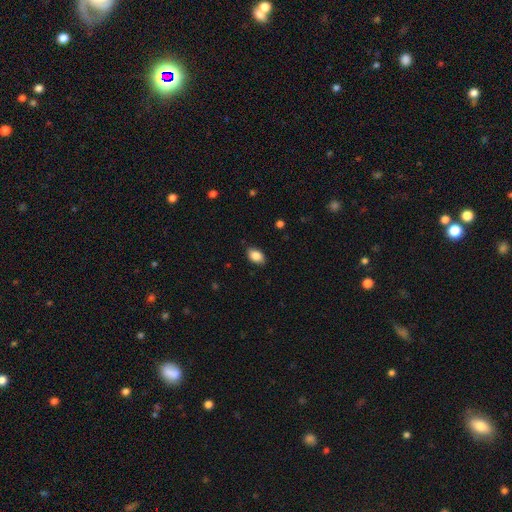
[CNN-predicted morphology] type=smooth (86%); roundness=in between (89%); merging=none (86%).